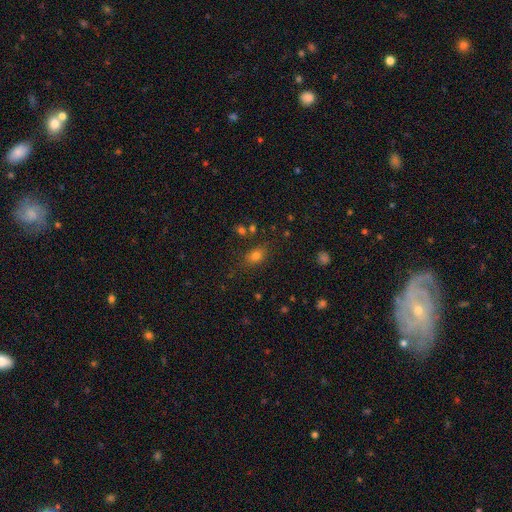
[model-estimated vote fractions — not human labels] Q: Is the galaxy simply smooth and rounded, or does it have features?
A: smooth — 76%.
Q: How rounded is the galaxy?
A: in between — 68%.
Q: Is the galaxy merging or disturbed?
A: none — 78%.